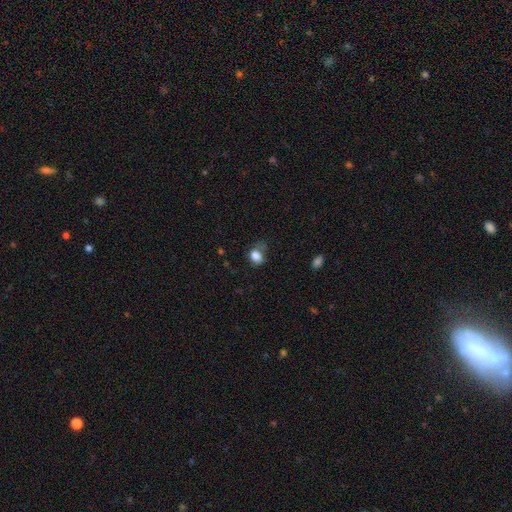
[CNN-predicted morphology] Q: Smooth or featured?
A: smooth (82%); runner-up: star or artifact (10%)
Q: How rounded?
A: in between (58%); runner-up: round (41%)
Q: Merging?
A: none (40%); runner-up: minor disturbance (34%)